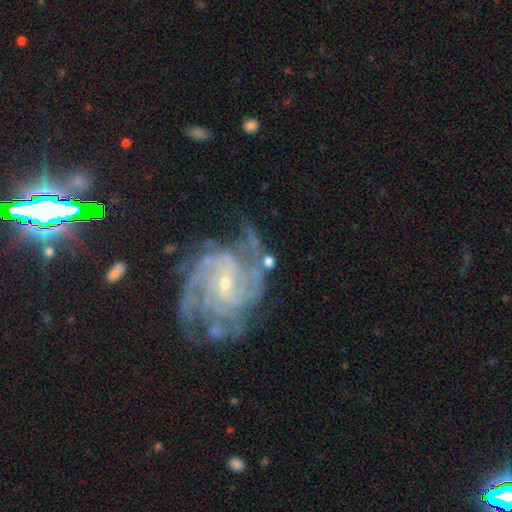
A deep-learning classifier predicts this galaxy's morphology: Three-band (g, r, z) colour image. It shows a featured or disk galaxy (91%) with a weak bar (45%), 4 (26%) tight (57%) spiral arms (98%) and a small central bulge (77%). Merging: none (63%).